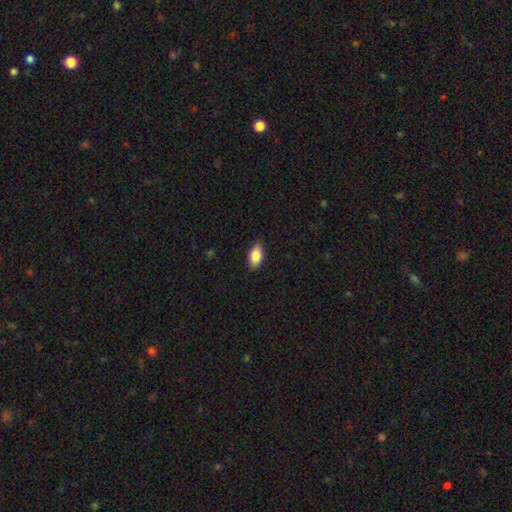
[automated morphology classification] smooth_or_featured: smooth (p=0.84) [alt: featured or disk p=0.10]
how_rounded: in between (p=0.91) [alt: cigar-shaped p=0.05]
merging: none (p=0.86) [alt: minor disturbance p=0.11]